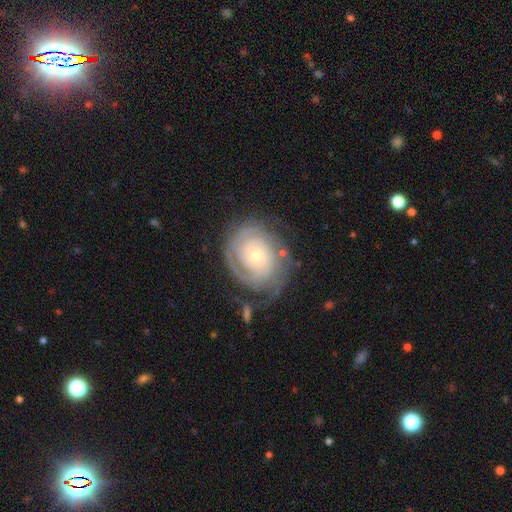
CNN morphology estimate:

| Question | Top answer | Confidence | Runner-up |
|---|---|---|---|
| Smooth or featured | featured or disk | 83% | smooth (12%) |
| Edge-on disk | no | 97% | yes (3%) |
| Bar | no | 79% | weak (17%) |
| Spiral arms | yes | 94% | no (6%) |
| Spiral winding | tight | 77% | medium (18%) |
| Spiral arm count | can't tell | 35% | 2 (28%) |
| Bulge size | small | 58% | moderate (37%) |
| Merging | none | 67% | minor disturbance (19%) |